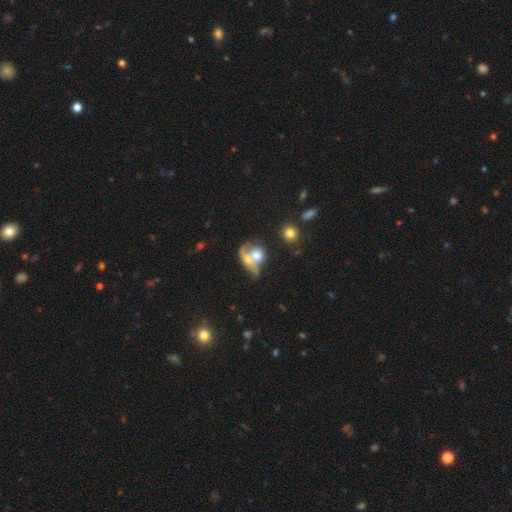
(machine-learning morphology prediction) Q: Smooth or featured?
A: smooth (51%); runner-up: featured or disk (40%)
Q: How rounded?
A: round (52%); runner-up: in between (45%)
Q: Merging?
A: merger (66%); runner-up: none (15%)